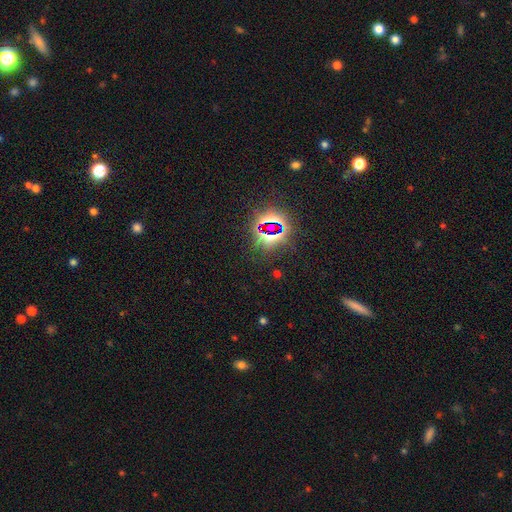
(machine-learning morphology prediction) The model was most divided on "smooth or featured": star or artifact: 76%, smooth: 14%, featured or disk: 10%.